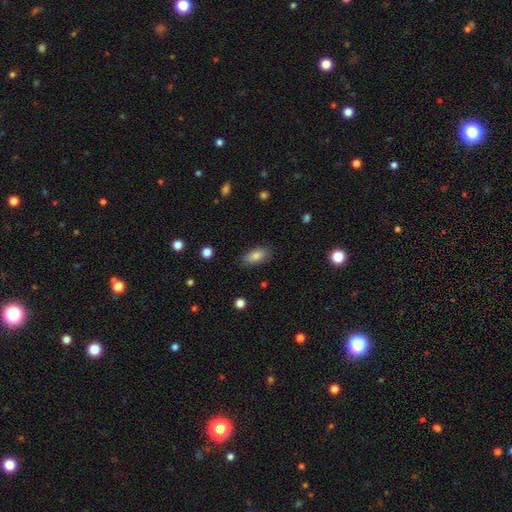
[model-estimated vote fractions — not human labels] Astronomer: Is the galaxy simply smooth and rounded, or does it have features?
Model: smooth — 83%.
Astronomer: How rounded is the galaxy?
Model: in between — 88%.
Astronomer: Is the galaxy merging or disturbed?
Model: none — 86%.